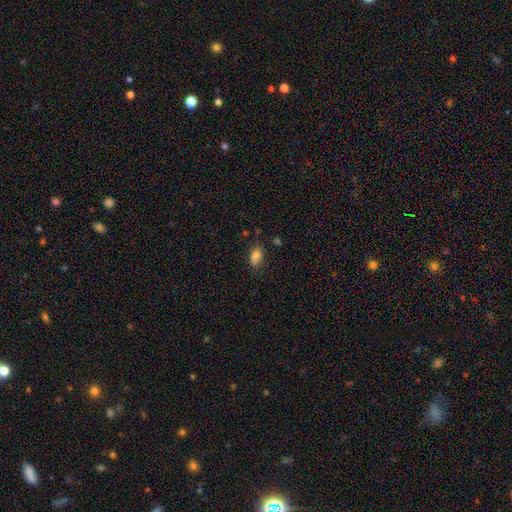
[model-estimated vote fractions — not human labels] Morphology: type=smooth (77%); roundness=in between (84%); merging=none (53%).